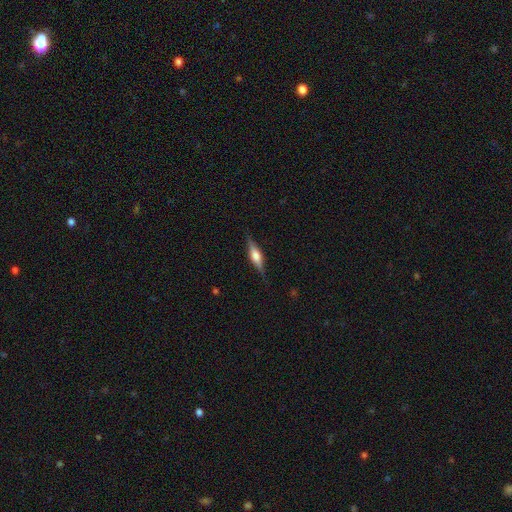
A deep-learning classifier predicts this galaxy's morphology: Overall: featured or disk (66%; smooth 27%). Edge-on disk: yes (97%). Edge-on bulge: rounded (84%). Merging: none (85%).